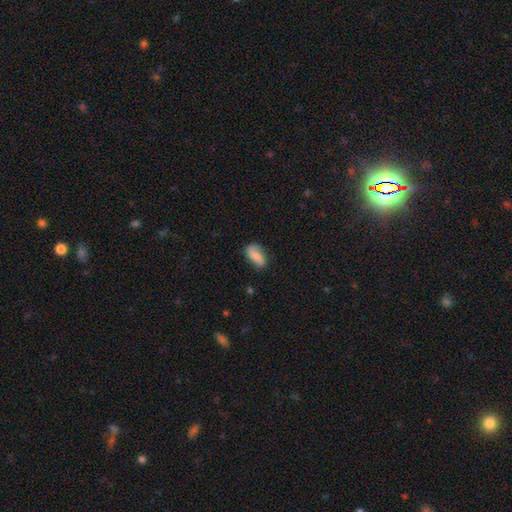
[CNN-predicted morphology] Q: Smooth or featured?
A: smooth (59%); runner-up: featured or disk (33%)
Q: How rounded?
A: in between (88%); runner-up: cigar-shaped (7%)
Q: Merging?
A: none (68%); runner-up: minor disturbance (24%)